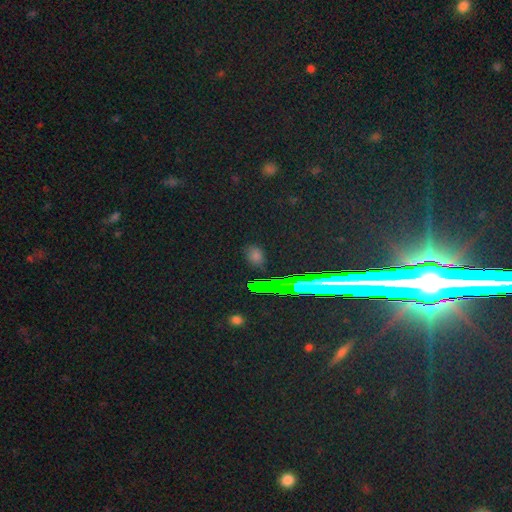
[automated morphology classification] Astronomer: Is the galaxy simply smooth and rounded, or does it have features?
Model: star or artifact — 47% (runner-up: smooth, 45%).